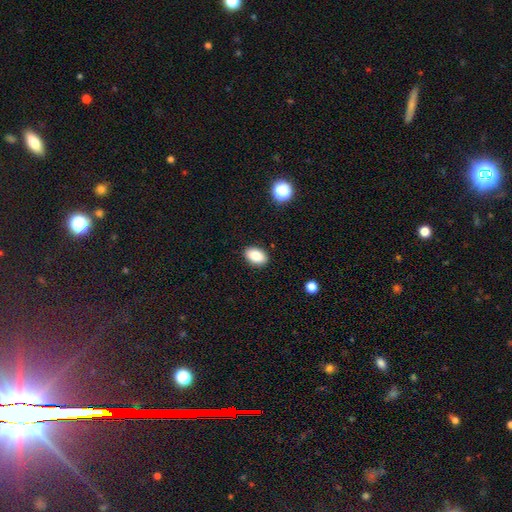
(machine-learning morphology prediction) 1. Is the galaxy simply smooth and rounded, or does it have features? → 85% smooth, 9% star or artifact, 7% featured or disk.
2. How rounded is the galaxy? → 87% in between, 11% round, 1% cigar-shaped.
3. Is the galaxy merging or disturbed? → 90% none, 7% minor disturbance, 2% major disturbance, 1% merger.